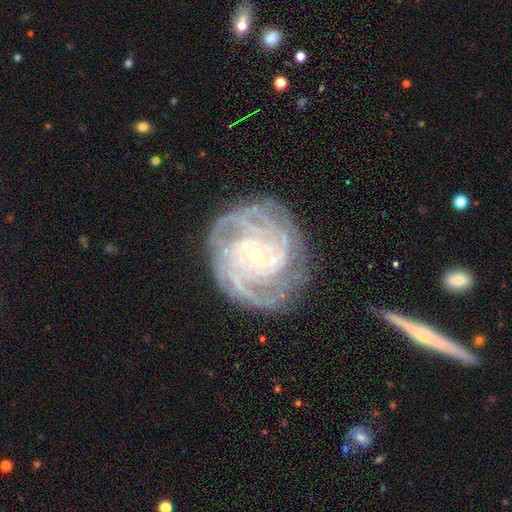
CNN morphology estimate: This appears to be a featured or disk galaxy (88%) with no bar (69%), 4 (23%) tight (73%) spiral arms (97%) and a small central bulge (79%). Merging: none (77%).